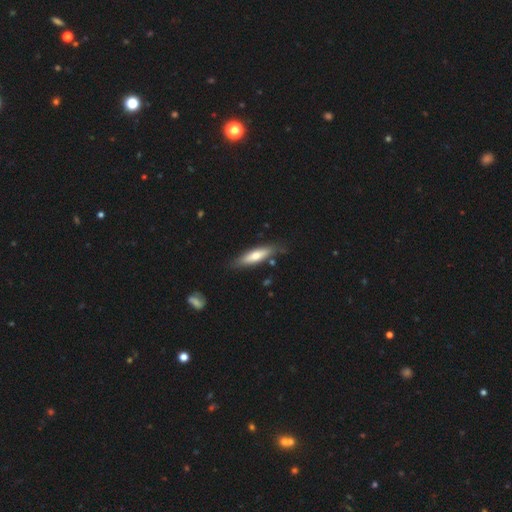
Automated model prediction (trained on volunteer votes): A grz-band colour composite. It shows a smooth galaxy with no disk features (62%) that is cigar-shaped (69%). Merging: none (77%).